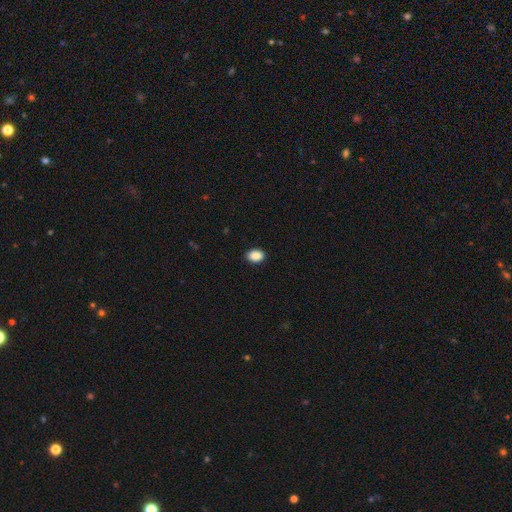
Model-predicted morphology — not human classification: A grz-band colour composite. It shows a smooth galaxy with no disk features (90%) that is in between round and cigar-shaped (80%). Merging: none (89%).